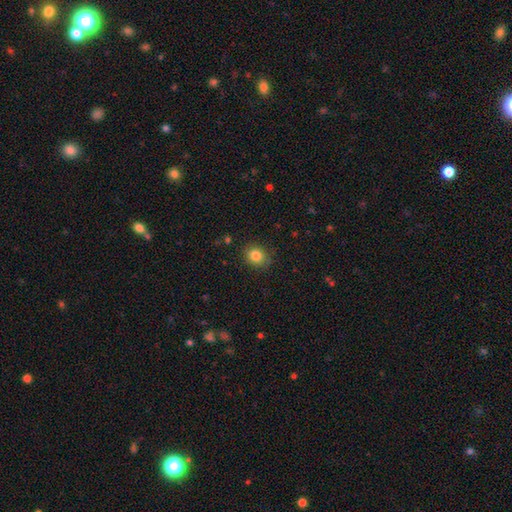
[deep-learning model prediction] Smooth or featured? smooth (84%)
How rounded? round (72%)
Merging? none (85%)